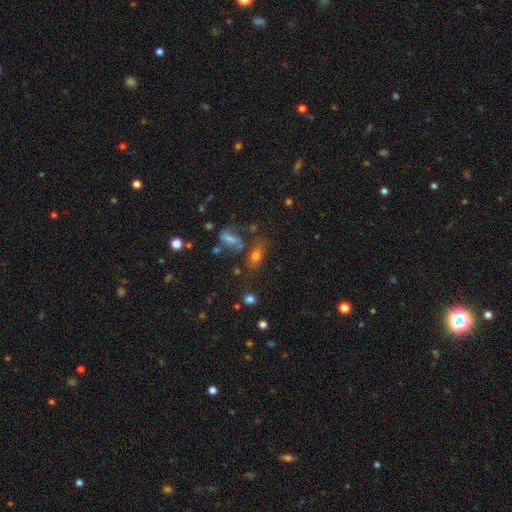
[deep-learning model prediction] Smooth or featured? Predicted: smooth (p=0.60). How rounded? Predicted: in between (p=0.75). Merging? Predicted: none (p=0.57).